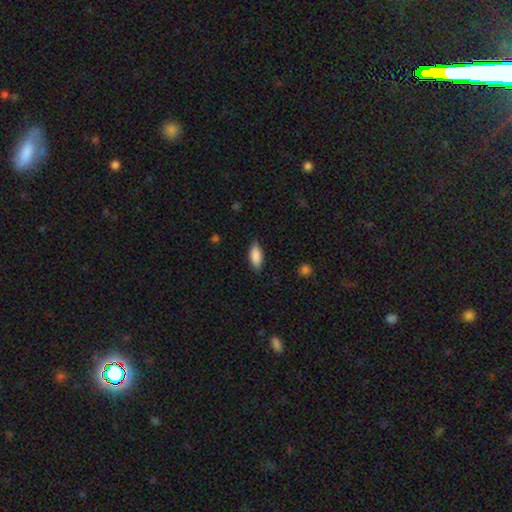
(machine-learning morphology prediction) smooth_or_featured: smooth (p=0.88) [alt: star or artifact p=0.06]
how_rounded: in between (p=0.80) [alt: cigar-shaped p=0.18]
merging: none (p=0.86) [alt: minor disturbance p=0.11]